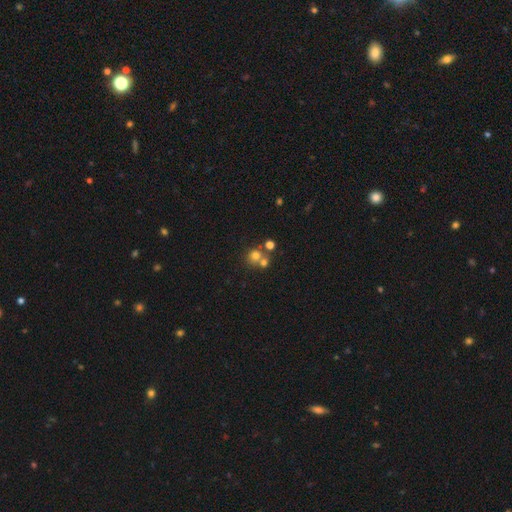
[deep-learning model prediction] Smooth or featured? Predicted: smooth (p=0.69). How rounded? Predicted: round (p=0.86). Merging? Predicted: none (p=0.50).